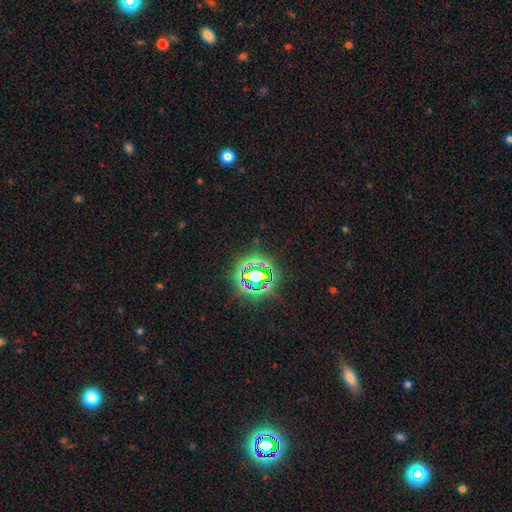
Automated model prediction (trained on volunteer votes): Morphology: type=star or artifact (78%).